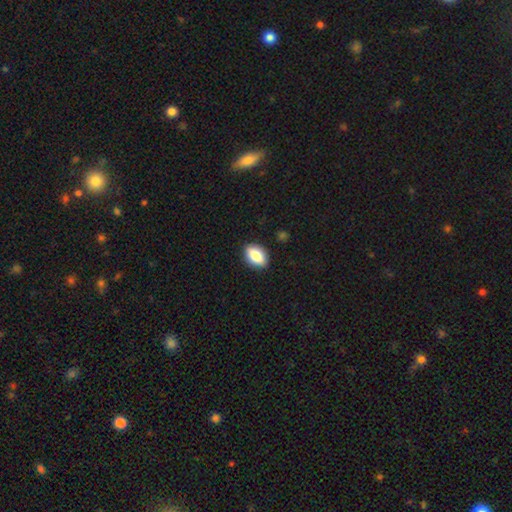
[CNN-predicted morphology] smooth_or_featured: smooth (p=0.83) [alt: featured or disk p=0.09]
how_rounded: in between (p=0.86) [alt: round p=0.11]
merging: none (p=0.87) [alt: minor disturbance p=0.10]